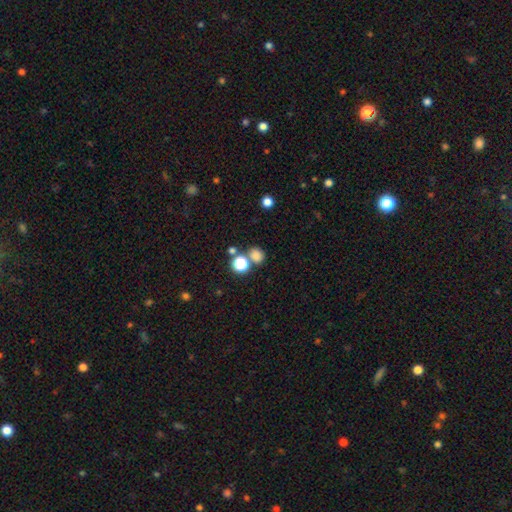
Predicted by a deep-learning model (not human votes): Morphology: type=smooth (76%); roundness=round (78%); merging=none (66%).